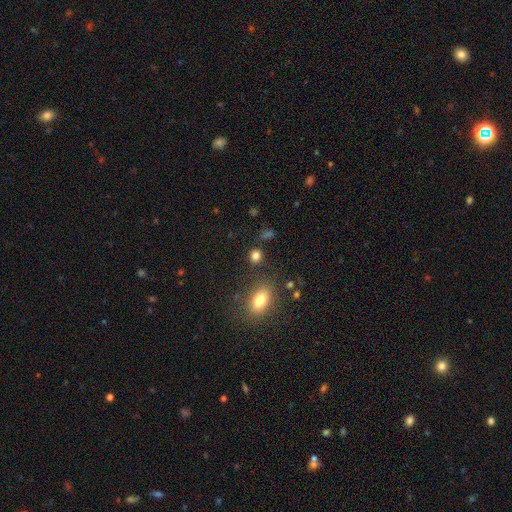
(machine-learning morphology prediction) smooth 81%, star or artifact 14%, featured or disk 5%. Down the decision tree: how rounded — round (72%); merging — none (82%).